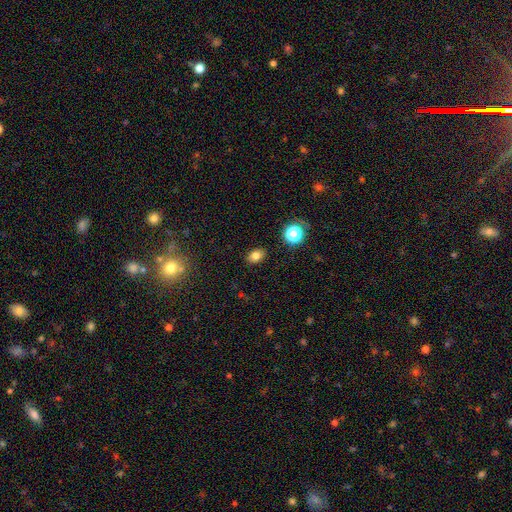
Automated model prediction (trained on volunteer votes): smooth 79%, star or artifact 14%, featured or disk 7%. Down the decision tree: how rounded — in between (75%); merging — none (87%).